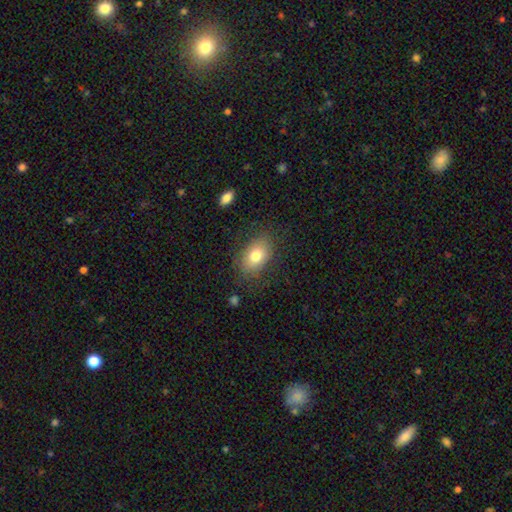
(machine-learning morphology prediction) smooth 77%, featured or disk 14%, star or artifact 9%. Down the decision tree: how rounded — in between (83%); merging — none (78%).